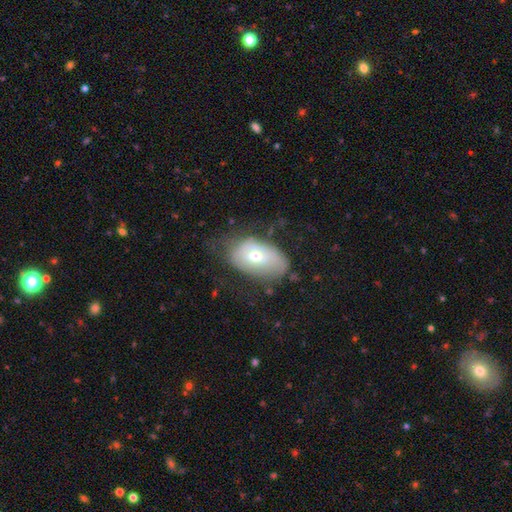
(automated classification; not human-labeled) Smooth or featured? Predicted: smooth (p=0.48). Merging? Predicted: none (p=0.47).